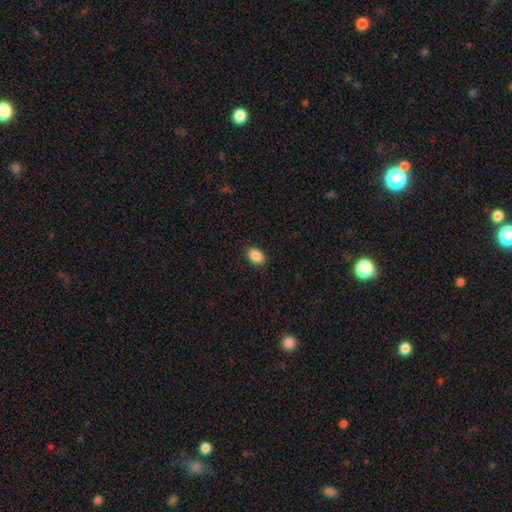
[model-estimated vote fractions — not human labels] Smooth or featured: smooth — 89% (star or artifact — 8%)
How rounded: in between — 84% (round — 15%)
Merging: none — 90% (minor disturbance — 7%)